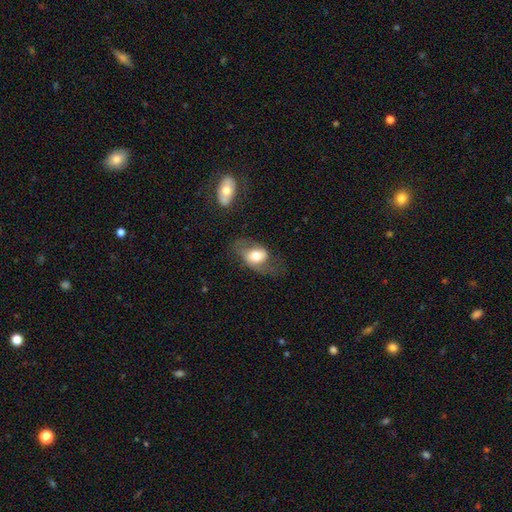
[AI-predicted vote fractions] Morphology: type=smooth (50%); merging=none (47%).